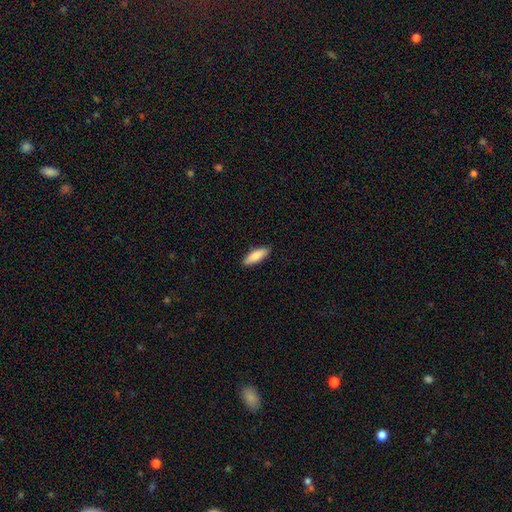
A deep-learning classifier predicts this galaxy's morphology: smooth 85%, featured or disk 10%, star or artifact 5%. Down the decision tree: how rounded — in between (57%); merging — none (89%).